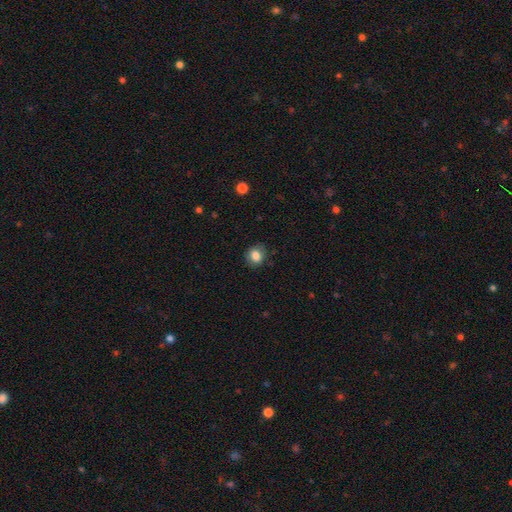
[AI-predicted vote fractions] smooth 83%, star or artifact 10%, featured or disk 8%. Down the decision tree: how rounded — round (74%); merging — none (85%).